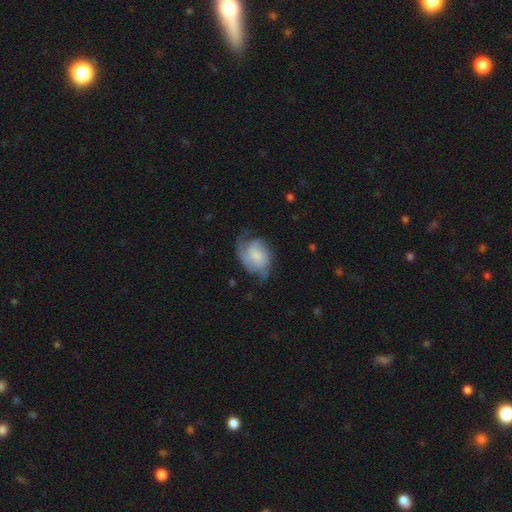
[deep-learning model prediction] Overall: featured or disk (61%; smooth 32%). Edge-on disk: no (97%). Bar: no (61%; weak 33%). Spiral arms: yes (88%). Spiral arm count: 2 (49%; can't tell 21%). Spiral winding: medium (43%; tight 32%). Bulge size: small (36%; none 26%). Merging: none (46%; minor disturbance 29%).